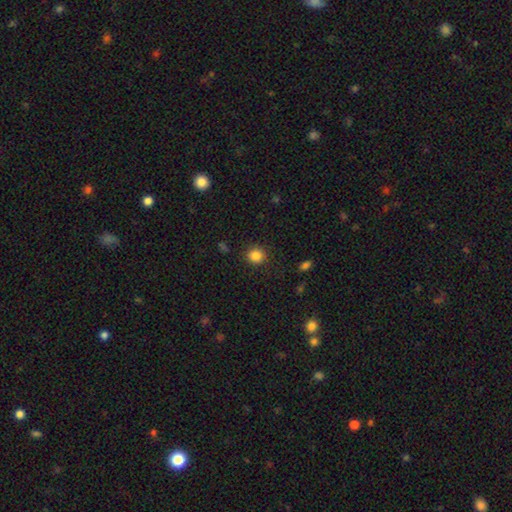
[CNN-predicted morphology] Smooth or featured? Predicted: smooth (p=0.85). How rounded? Predicted: round (p=0.88). Merging? Predicted: none (p=0.89).